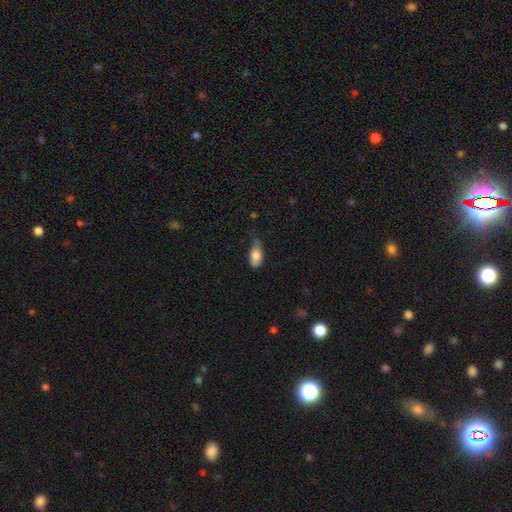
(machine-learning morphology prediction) This is clearly a smooth galaxy (81%). How rounded: clearly in between (89%). Merging: marginally minor disturbance (44%).